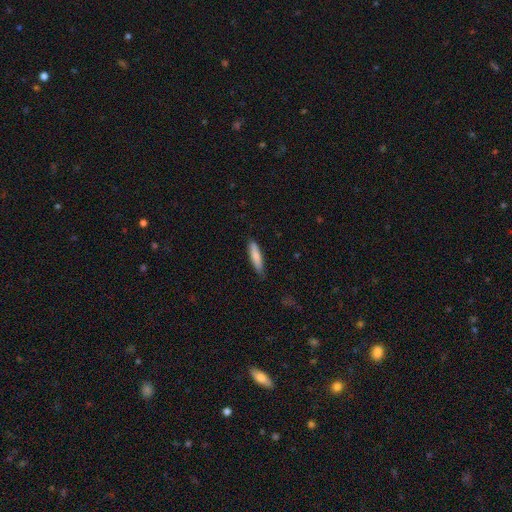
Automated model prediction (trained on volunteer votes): Smooth or featured? smooth (81%)
How rounded? cigar-shaped (76%)
Merging? none (81%)